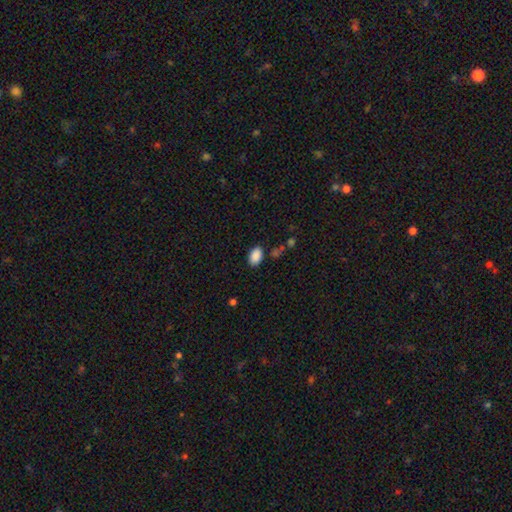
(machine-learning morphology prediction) smooth_or_featured: smooth (p=0.89) [alt: star or artifact p=0.08]
how_rounded: in between (p=0.90) [alt: round p=0.08]
merging: none (p=0.82) [alt: minor disturbance p=0.11]